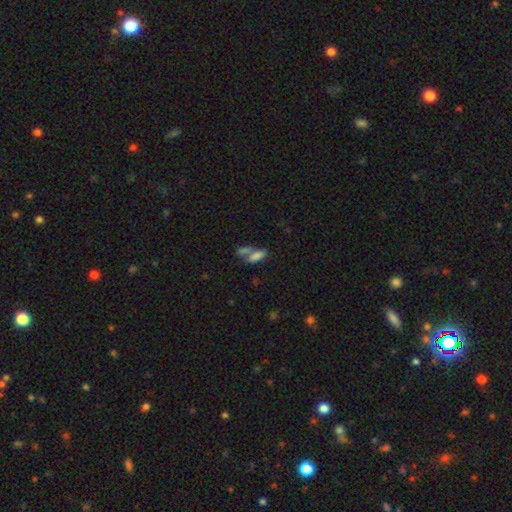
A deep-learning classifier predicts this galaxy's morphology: Smooth or featured?
  - smooth: 78% *
  - featured or disk: 12%
  - star or artifact: 11%
How rounded?
  - in between: 74% *
  - cigar-shaped: 22%
  - round: 4%
Merging?
  - merger: 55% *
  - none: 30%
  - minor disturbance: 9%
  - major disturbance: 6%